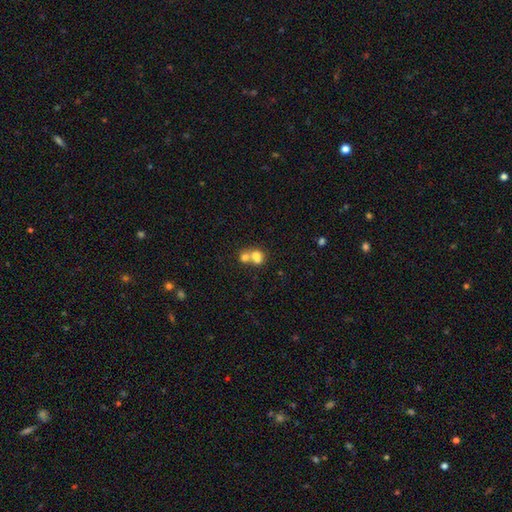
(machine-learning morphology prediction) type=smooth (69%); roundness=round (62%); merging=merger (66%).